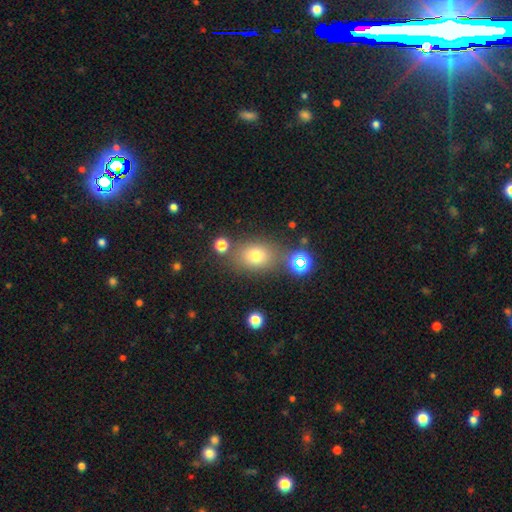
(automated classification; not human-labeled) This appears to be a smooth galaxy with no disk features (71%) that is in between round and cigar-shaped (56%). Merging: none (74%).